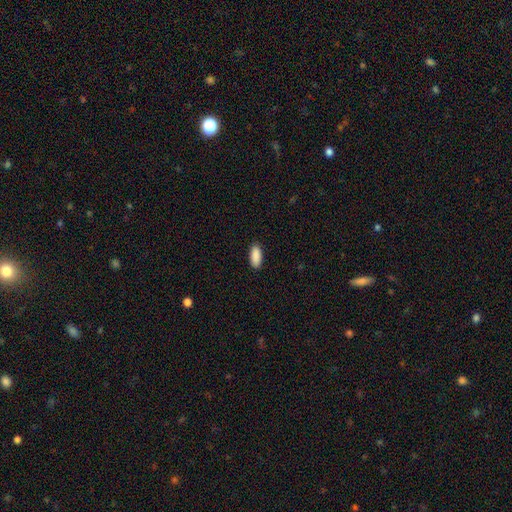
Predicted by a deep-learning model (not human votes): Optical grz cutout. It shows a smooth galaxy with no disk features (91%) that is in between round and cigar-shaped (87%). Merging: none (90%).